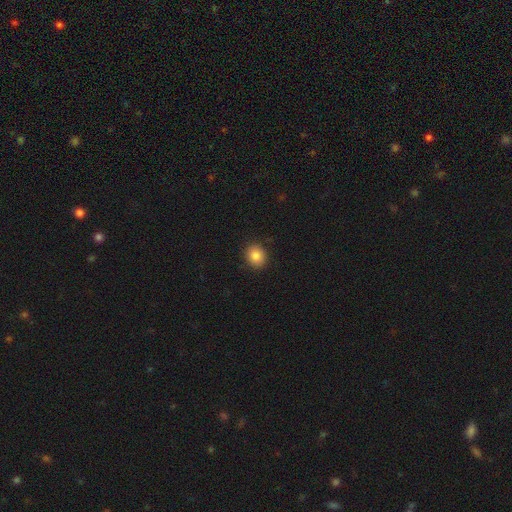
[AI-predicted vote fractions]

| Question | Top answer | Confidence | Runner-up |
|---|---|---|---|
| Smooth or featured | smooth | 86% | star or artifact (10%) |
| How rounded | round | 69% | in between (30%) |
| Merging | none | 89% | minor disturbance (8%) |